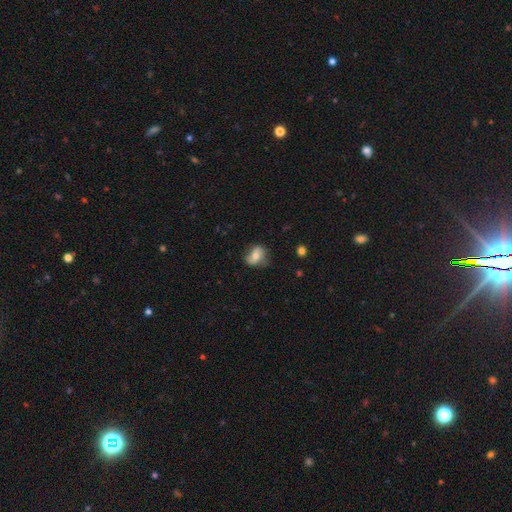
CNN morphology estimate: This appears to be a smooth galaxy with no disk features (54%) that is in between round and cigar-shaped (64%). Merging: none (60%).